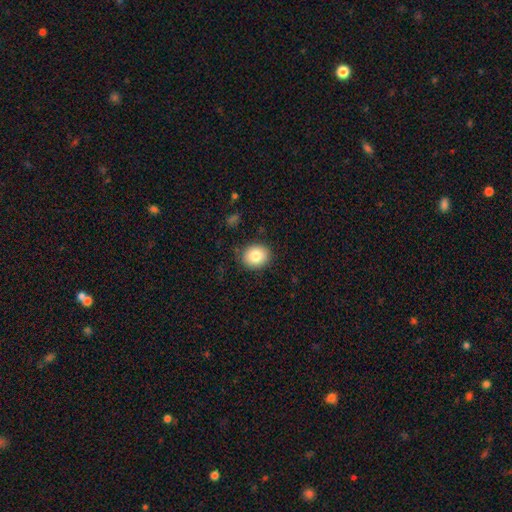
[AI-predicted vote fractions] The model was most divided on "how rounded": round: 72%, in between: 27%, cigar-shaped: 1%. More confident: merging — none (86%); smooth or featured — smooth (83%).